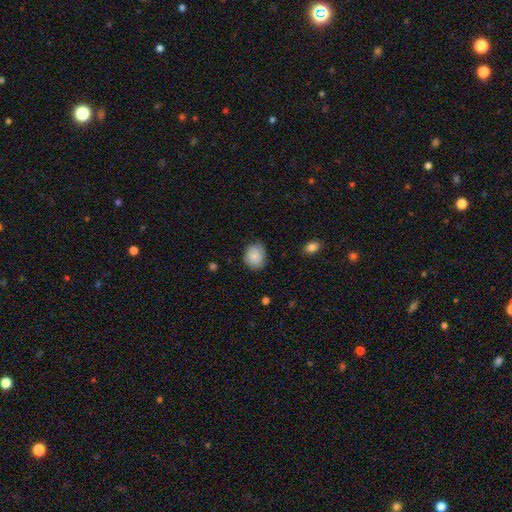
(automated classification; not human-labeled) This appears to be a smooth galaxy with no disk features (85%) that is round (62%). Merging: none (73%).